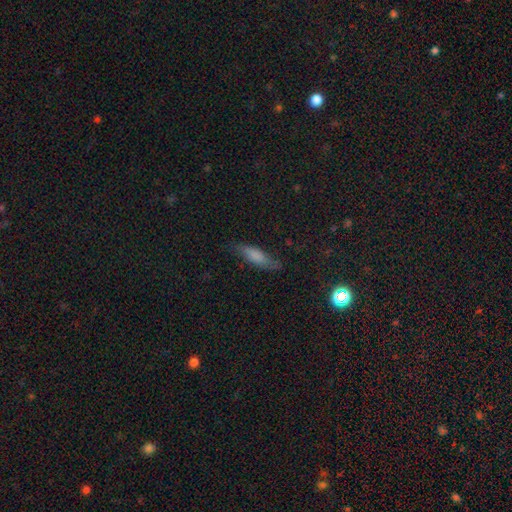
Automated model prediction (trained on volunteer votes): A smooth galaxy with no disk features (70%) that is cigar-shaped (52%).

Vote fractions:
- Smooth or featured? smooth: 70% / featured or disk: 22% / star or artifact: 8%
- How rounded? cigar-shaped: 52% / in between: 45% / round: 2%
- Merging? none: 71% / minor disturbance: 22% / major disturbance: 6% / merger: 2%